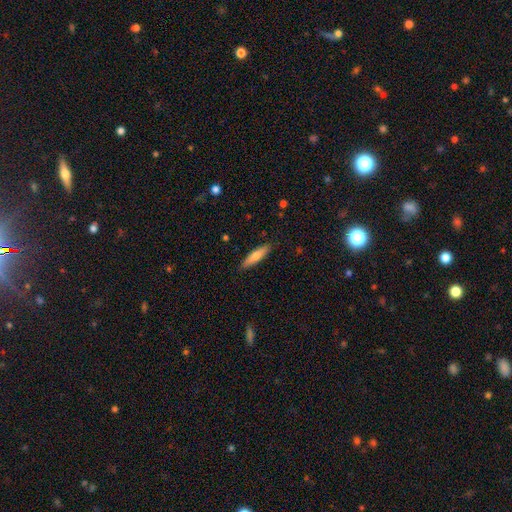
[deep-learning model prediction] A smooth galaxy with no disk features (73%) that is cigar-shaped (74%). Merging: none (89%).